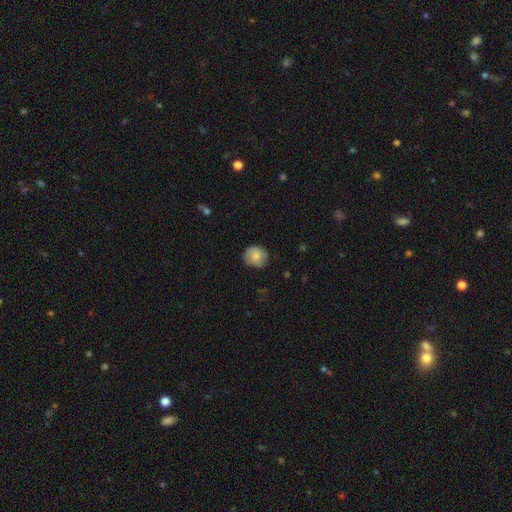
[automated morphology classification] smooth-or-featured: smooth: 82% | featured or disk: 10% | star or artifact: 7%
  how-rounded: round: 82% | in between: 17% | cigar-shaped: 1%
  merging: none: 78% | minor disturbance: 18% | major disturbance: 4% | merger: 1%